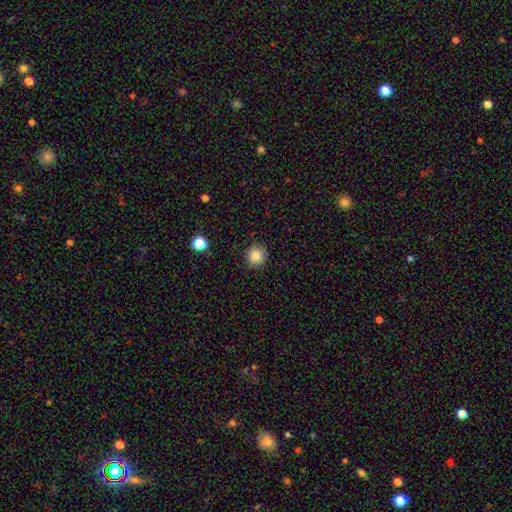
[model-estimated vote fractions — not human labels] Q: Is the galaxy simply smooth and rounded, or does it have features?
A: smooth — 84%.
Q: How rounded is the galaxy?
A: round — 87%.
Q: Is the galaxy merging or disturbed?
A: none — 90%.